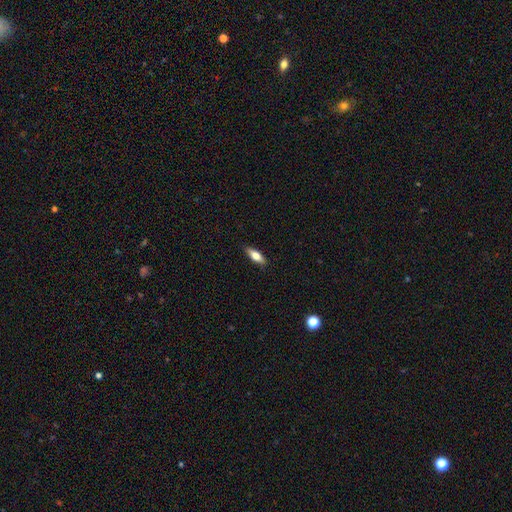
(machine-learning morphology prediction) smooth 61%, featured or disk 32%, star or artifact 7%. Down the decision tree: how rounded — in between (60%); merging — none (87%).